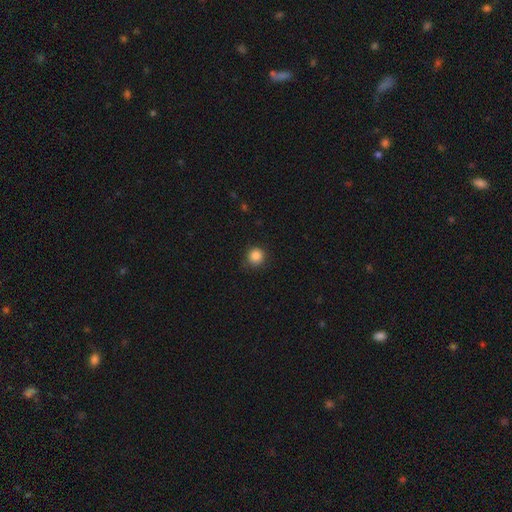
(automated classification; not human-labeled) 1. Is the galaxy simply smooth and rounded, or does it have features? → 86% smooth, 11% star or artifact, 3% featured or disk.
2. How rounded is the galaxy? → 94% round, 5% in between, 1% cigar-shaped.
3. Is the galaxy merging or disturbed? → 85% none, 11% minor disturbance, 3% major disturbance, 1% merger.